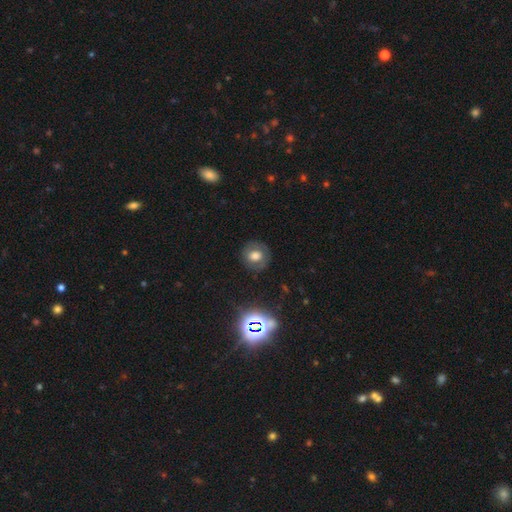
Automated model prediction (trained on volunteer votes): smooth_or_featured: smooth (p=0.61) [alt: featured or disk p=0.24]
how_rounded: round (p=0.84) [alt: in between p=0.15]
merging: none (p=0.83) [alt: minor disturbance p=0.11]